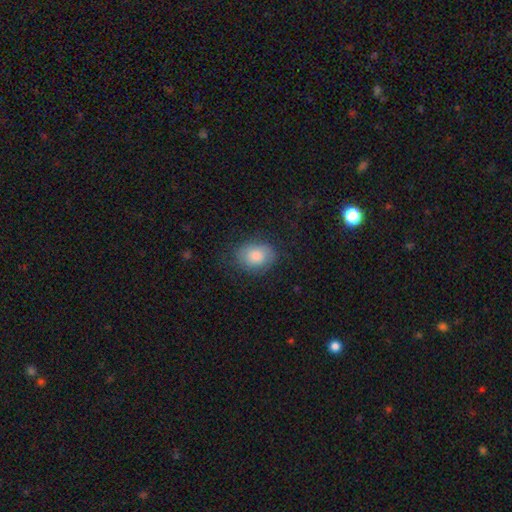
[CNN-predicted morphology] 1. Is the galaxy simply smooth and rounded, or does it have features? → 77% smooth, 15% featured or disk, 8% star or artifact.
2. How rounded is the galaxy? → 56% in between, 44% round, 1% cigar-shaped.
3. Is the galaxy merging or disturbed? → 72% none, 20% minor disturbance, 8% major disturbance, 1% merger.